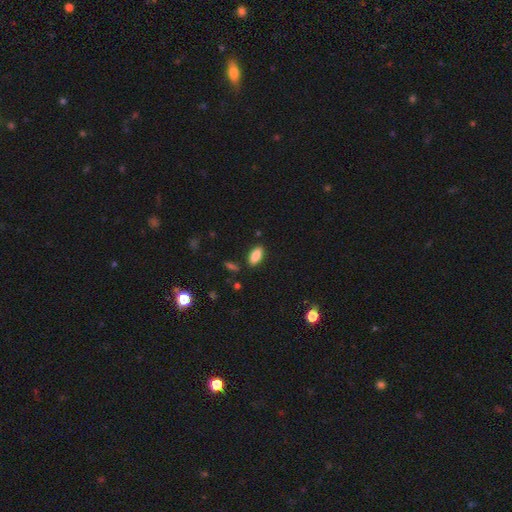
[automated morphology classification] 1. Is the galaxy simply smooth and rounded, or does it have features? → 86% smooth, 7% star or artifact, 6% featured or disk.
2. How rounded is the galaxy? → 86% in between, 11% cigar-shaped, 2% round.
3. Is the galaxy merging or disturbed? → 86% none, 10% minor disturbance, 2% major disturbance, 2% merger.